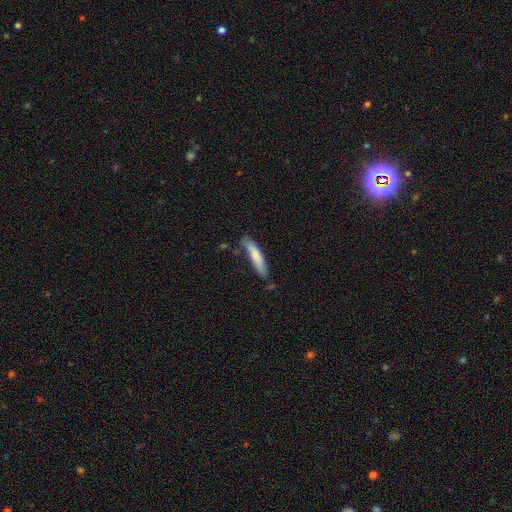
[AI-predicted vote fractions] A smooth galaxy with no disk features (75%) that is cigar-shaped (84%). Merging: none (71%).